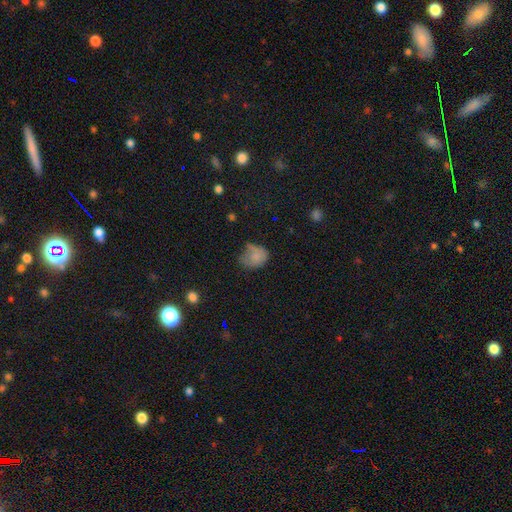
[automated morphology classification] Smooth or featured? smooth (75%)
How rounded? in between (53%)
Merging? minor disturbance (39%)